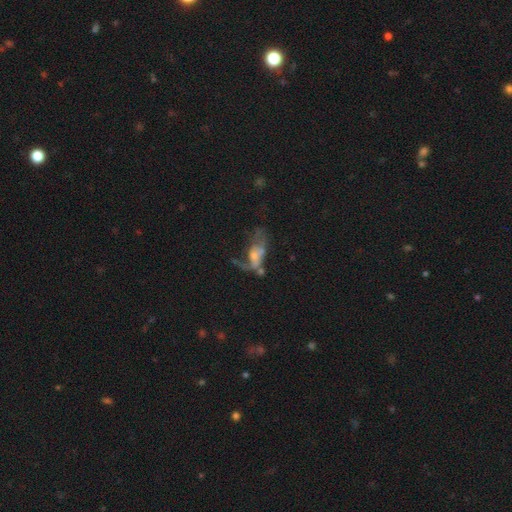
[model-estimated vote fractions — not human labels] Overall: featured or disk (53%; smooth 34%). Edge-on disk: no (92%). Merging: major disturbance (48%; merger 21%).